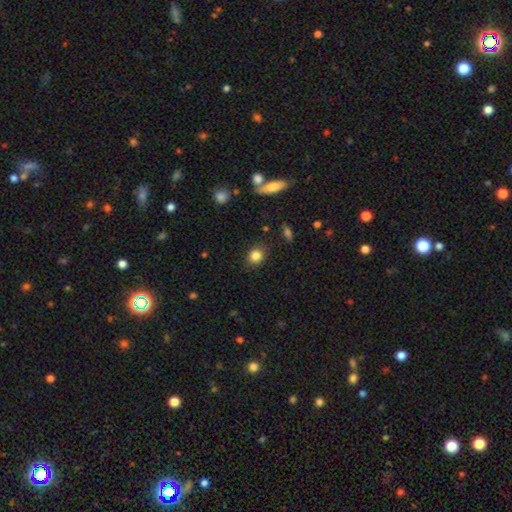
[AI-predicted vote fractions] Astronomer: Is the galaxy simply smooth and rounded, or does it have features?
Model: smooth — 84%.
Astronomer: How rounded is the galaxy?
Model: round — 70%.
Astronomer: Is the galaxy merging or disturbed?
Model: none — 86%.